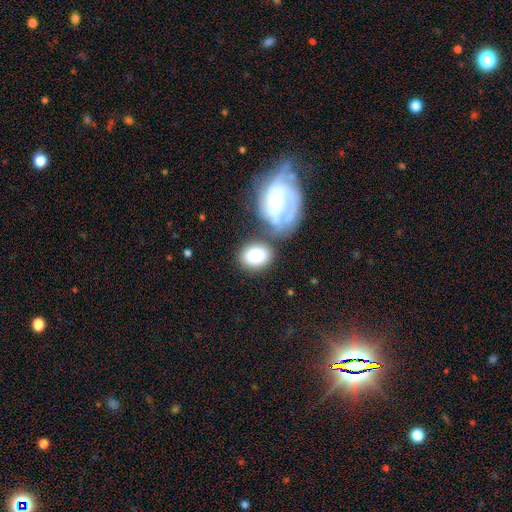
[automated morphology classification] smooth_or_featured: smooth (p=0.78) [alt: featured or disk p=0.15]
how_rounded: in between (p=0.61) [alt: round p=0.38]
merging: none (p=0.53) [alt: merger p=0.26]